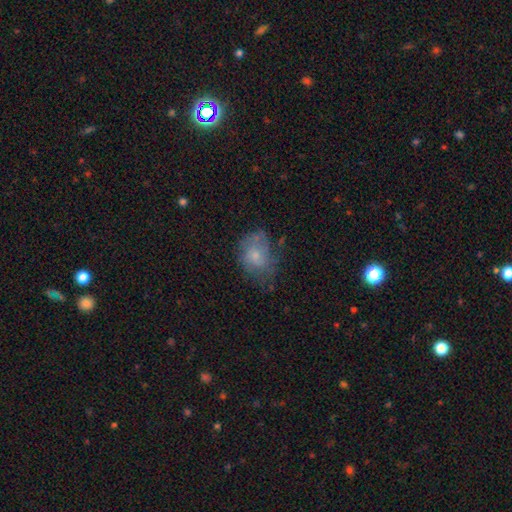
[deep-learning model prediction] Smooth or featured? Predicted: smooth (p=0.61). How rounded? Predicted: in between (p=0.58). Merging? Predicted: none (p=0.47).